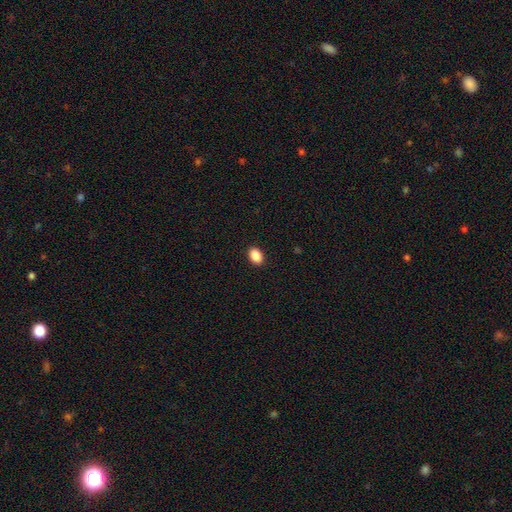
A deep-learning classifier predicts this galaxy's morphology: A smooth galaxy with no disk features (89%) that is in between round and cigar-shaped (83%). Merging: none (91%).